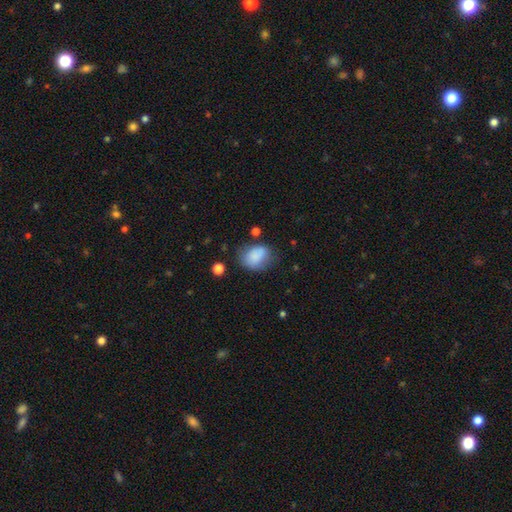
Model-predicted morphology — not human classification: type=smooth (82%); roundness=in between (67%); merging=none (52%).